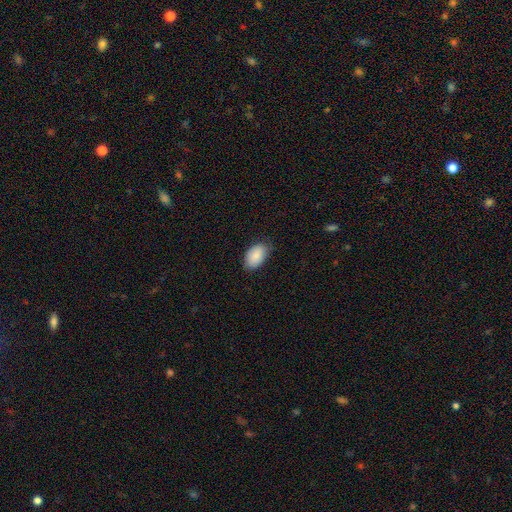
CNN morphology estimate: Overall: smooth (84%). How rounded: in between (92%). Merging: none (76%).